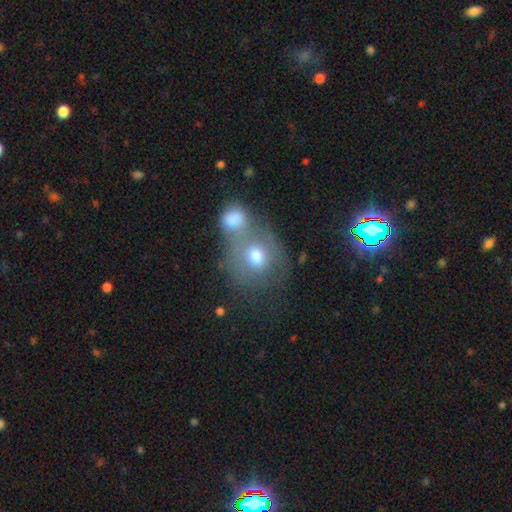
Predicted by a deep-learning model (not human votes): Smooth or featured? smooth (68%)
How rounded? round (73%)
Merging? merger (54%)